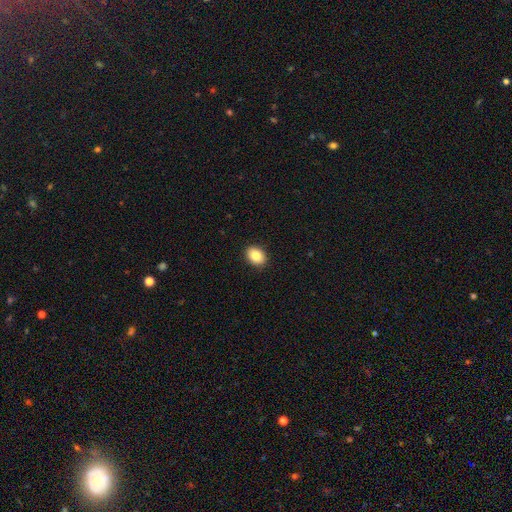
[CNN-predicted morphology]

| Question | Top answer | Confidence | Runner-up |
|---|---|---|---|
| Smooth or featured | smooth | 84% | star or artifact (8%) |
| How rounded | in between | 64% | round (36%) |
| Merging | none | 91% | minor disturbance (6%) |